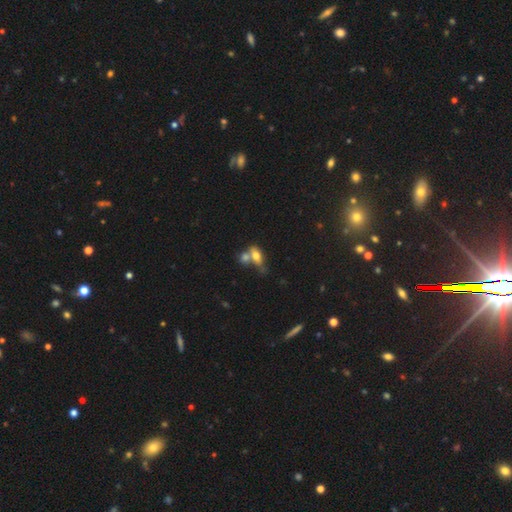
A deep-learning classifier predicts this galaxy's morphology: Smooth or featured? Predicted: smooth (p=0.65). How rounded? Predicted: in between (p=0.75). Merging? Predicted: merger (p=0.50).